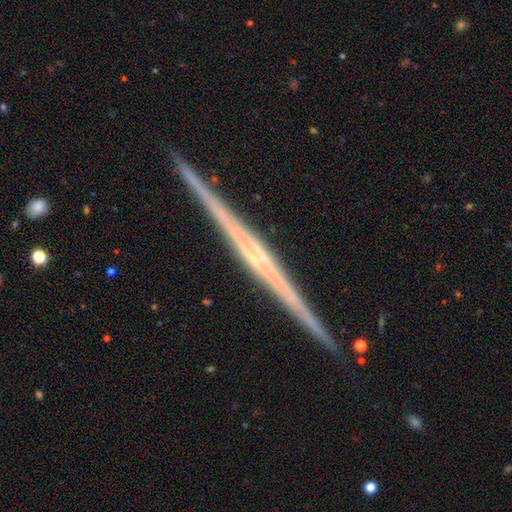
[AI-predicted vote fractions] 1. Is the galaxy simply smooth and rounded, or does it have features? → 89% featured or disk, 6% smooth, 5% star or artifact.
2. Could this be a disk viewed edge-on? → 99% yes, 1% no.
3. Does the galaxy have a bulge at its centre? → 53% rounded, 31% none, 16% boxy.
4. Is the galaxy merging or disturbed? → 92% none, 5% minor disturbance, 1% merger, 1% major disturbance.